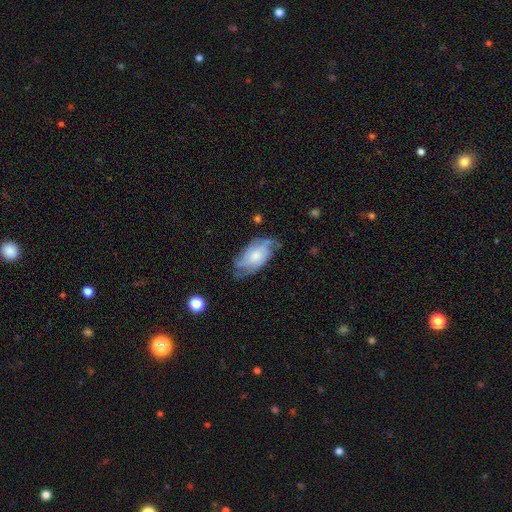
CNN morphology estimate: Smooth or featured? Predicted: featured or disk (p=0.71). Edge-on disk? Predicted: no (p=0.95). Bar? Predicted: no (p=0.70). Spiral arms? Predicted: yes (p=0.92). Spiral winding? Predicted: medium (p=0.42). Spiral arm count? Predicted: can't tell (p=0.30). Bulge size? Predicted: moderate (p=0.42). Merging? Predicted: none (p=0.62).